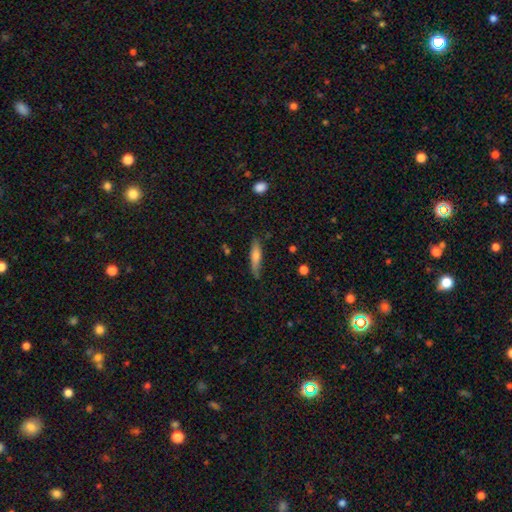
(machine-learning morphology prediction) This is likely a smooth galaxy (63%). How rounded: clearly cigar-shaped (81%). Merging: likely none (80%).